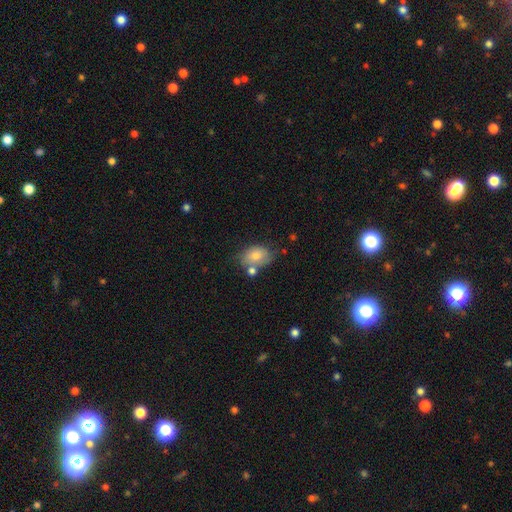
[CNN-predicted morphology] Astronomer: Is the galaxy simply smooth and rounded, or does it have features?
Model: smooth — 76%.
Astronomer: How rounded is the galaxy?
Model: in between — 79%.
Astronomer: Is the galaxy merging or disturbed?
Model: none — 52%.